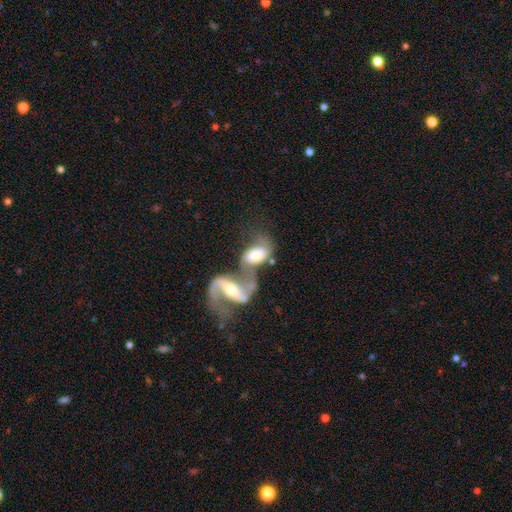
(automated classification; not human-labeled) smooth_or_featured: featured or disk (p=0.61) [alt: smooth p=0.33]
disk_edge_on: no (p=0.94) [alt: yes p=0.06]
bar: no (p=0.38) [alt: weak p=0.34]
has_spiral_arms: yes (p=0.80) [alt: no p=0.20]
bulge_size: moderate (p=0.49) [alt: large p=0.25]
merging: merger (p=0.70) [alt: none p=0.13]